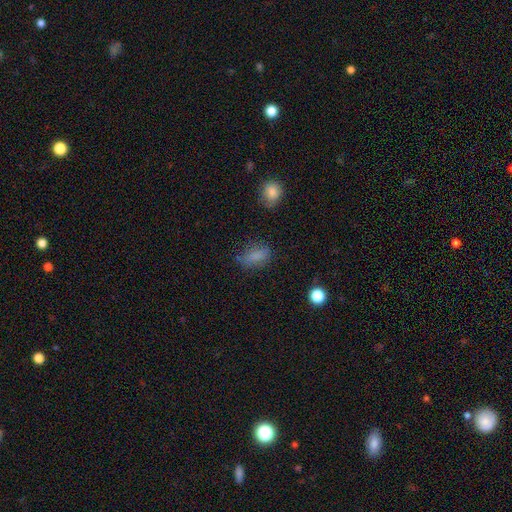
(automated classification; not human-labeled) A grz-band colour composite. It shows a smooth galaxy with no disk features (79%) that is in between round and cigar-shaped (82%). Merging: none (66%).